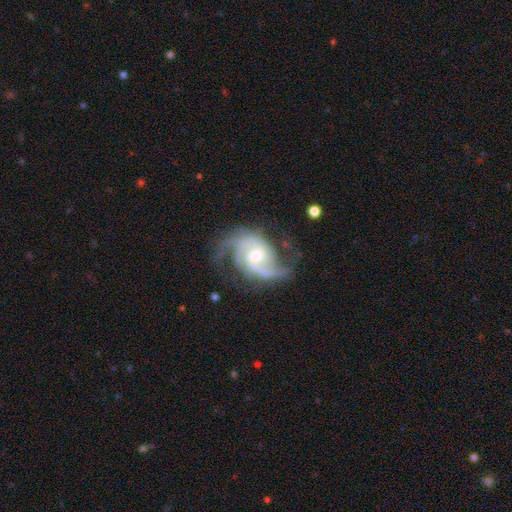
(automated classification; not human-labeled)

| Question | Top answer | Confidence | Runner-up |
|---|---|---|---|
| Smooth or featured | featured or disk | 92% | star or artifact (4%) |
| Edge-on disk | no | 98% | yes (2%) |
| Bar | no | 54% | weak (38%) |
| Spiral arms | yes | 98% | no (2%) |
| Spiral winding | medium | 53% | tight (27%) |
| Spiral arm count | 2 | 59% | 3 (21%) |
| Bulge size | moderate | 54% | small (40%) |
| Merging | none | 67% | minor disturbance (19%) |